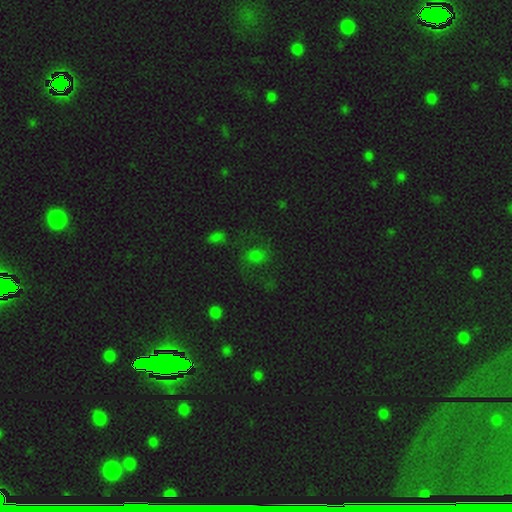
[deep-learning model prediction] Smooth or featured? smooth (59%)
How rounded? round (57%)
Merging? none (59%)